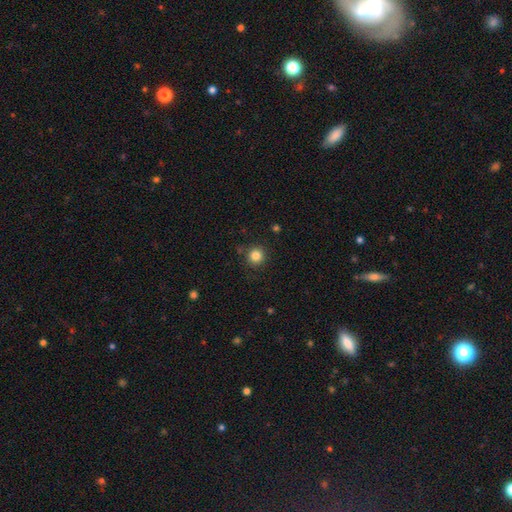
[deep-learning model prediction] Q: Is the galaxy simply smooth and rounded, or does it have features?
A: smooth — 84%.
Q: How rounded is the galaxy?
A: round — 94%.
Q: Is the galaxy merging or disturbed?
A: none — 87%.